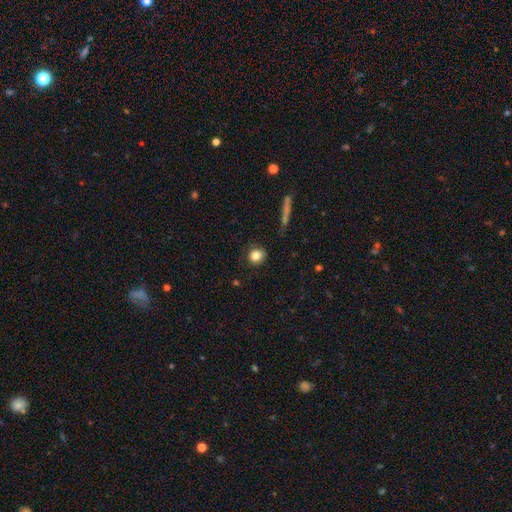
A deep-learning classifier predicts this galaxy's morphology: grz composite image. It shows a smooth galaxy with no disk features (82%) that is round (86%). Merging: none (87%).